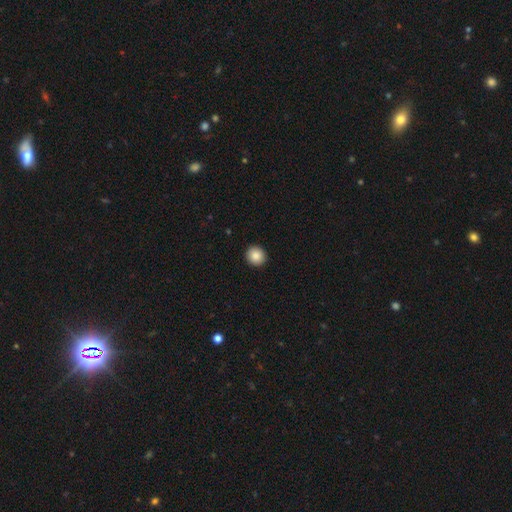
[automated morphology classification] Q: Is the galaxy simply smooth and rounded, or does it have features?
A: smooth — 87%.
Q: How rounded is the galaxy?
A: round — 92%.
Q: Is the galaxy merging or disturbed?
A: none — 93%.